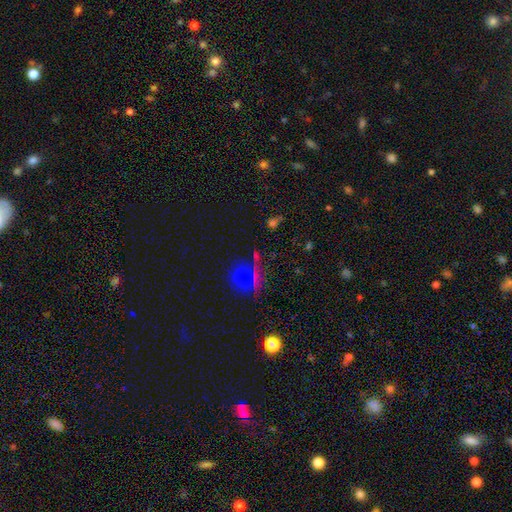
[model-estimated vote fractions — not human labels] A smooth galaxy with no disk features (47%). Merging: none (71%).